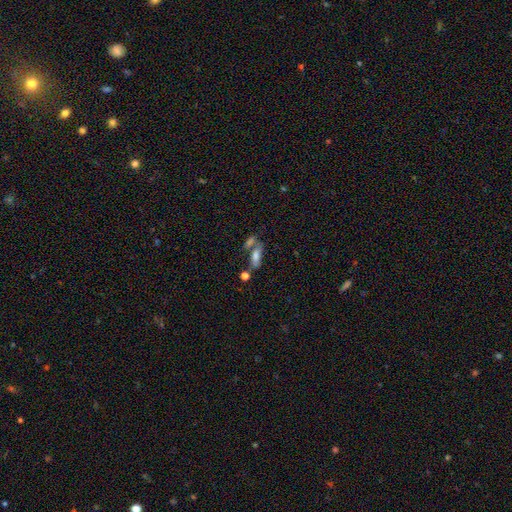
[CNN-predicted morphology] smooth-or-featured: smooth: 66% | featured or disk: 22% | star or artifact: 12%
  how-rounded: in between: 66% | cigar-shaped: 30% | round: 4%
  merging: none: 40% | merger: 38% | minor disturbance: 14% | major disturbance: 9%